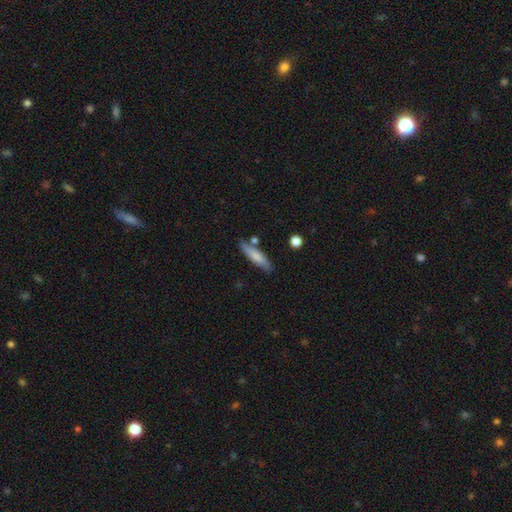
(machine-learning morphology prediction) smooth_or_featured: smooth (p=0.74) [alt: featured or disk p=0.20]
how_rounded: cigar-shaped (p=0.67) [alt: in between p=0.32]
merging: none (p=0.74) [alt: minor disturbance p=0.16]